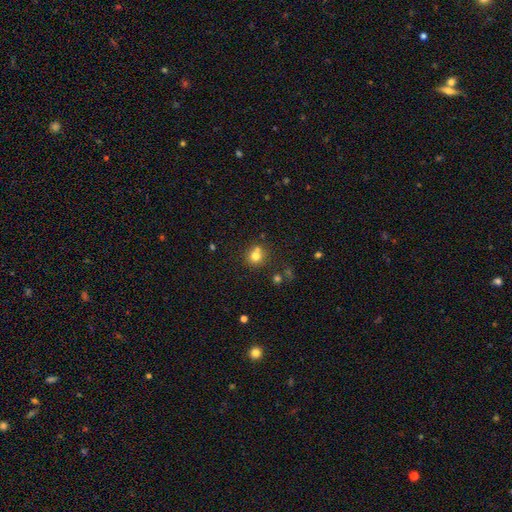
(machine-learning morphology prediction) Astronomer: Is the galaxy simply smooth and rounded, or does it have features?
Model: smooth — 75%.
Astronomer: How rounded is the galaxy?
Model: round — 86%.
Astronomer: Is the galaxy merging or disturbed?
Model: none — 60%.